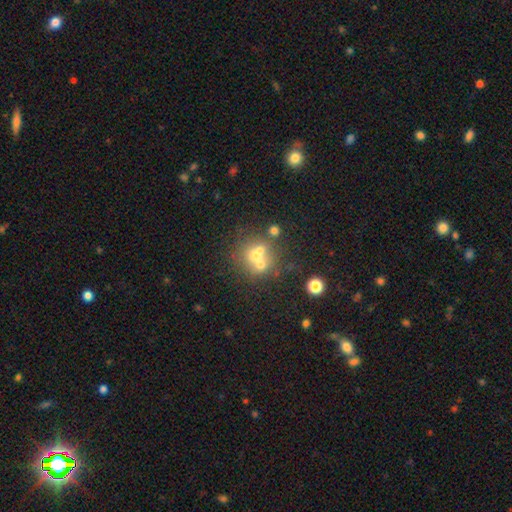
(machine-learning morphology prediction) Smooth or featured? Predicted: smooth (p=0.52). How rounded? Predicted: round (p=0.78). Merging? Predicted: merger (p=0.49).